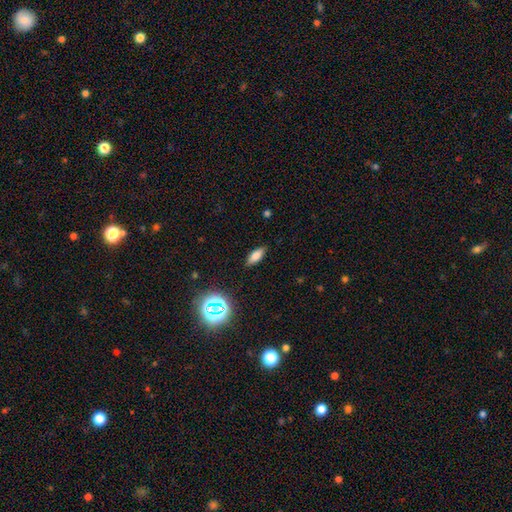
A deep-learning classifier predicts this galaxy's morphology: Smooth or featured? Predicted: smooth (p=0.71). How rounded? Predicted: in between (p=0.73). Merging? Predicted: none (p=0.87).